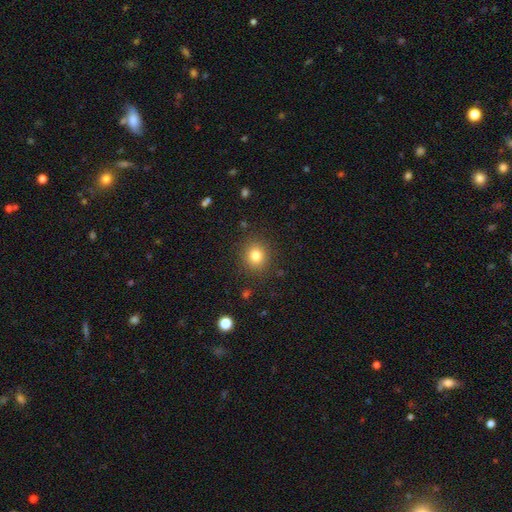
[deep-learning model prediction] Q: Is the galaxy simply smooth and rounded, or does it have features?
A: smooth — 81%.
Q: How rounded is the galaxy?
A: round — 82%.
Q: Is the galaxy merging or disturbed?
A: none — 88%.